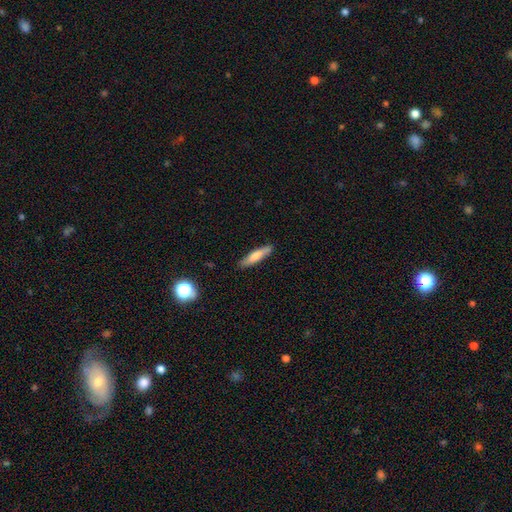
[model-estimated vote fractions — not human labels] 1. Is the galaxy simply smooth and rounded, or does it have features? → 70% smooth, 23% featured or disk, 6% star or artifact.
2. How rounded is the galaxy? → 82% cigar-shaped, 16% in between, 2% round.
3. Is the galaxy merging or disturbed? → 87% none, 10% minor disturbance, 2% major disturbance, 1% merger.